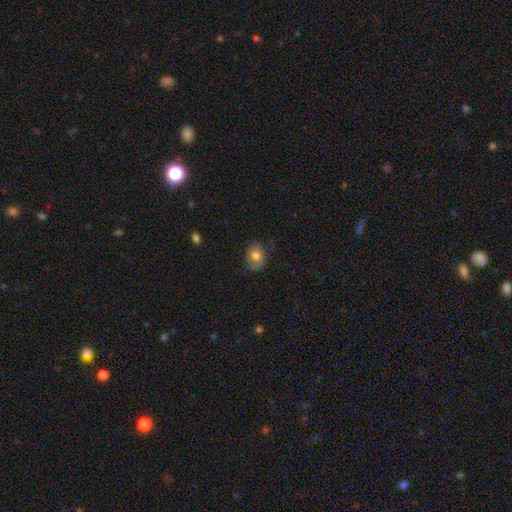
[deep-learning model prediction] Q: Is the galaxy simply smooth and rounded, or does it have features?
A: smooth — 71%.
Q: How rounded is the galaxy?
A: in between — 52%.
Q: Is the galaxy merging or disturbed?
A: none — 71%.